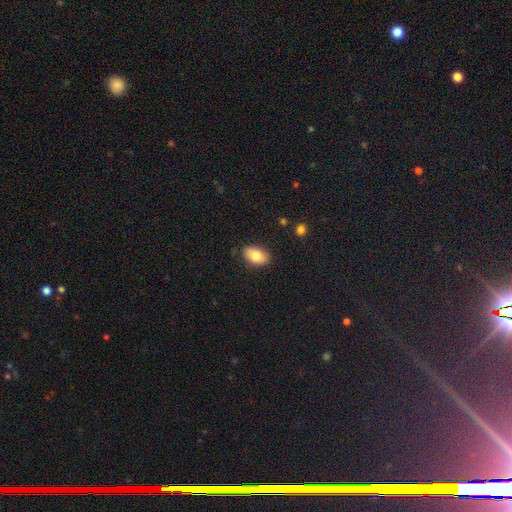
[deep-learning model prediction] smooth_or_featured: smooth (p=0.83) [alt: featured or disk p=0.10]
how_rounded: in between (p=0.92) [alt: round p=0.07]
merging: none (p=0.85) [alt: minor disturbance p=0.11]